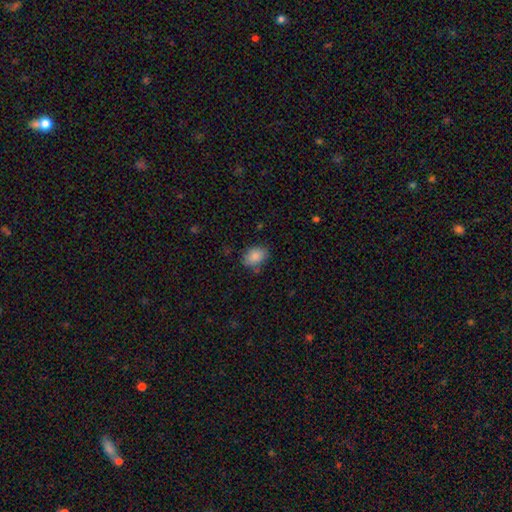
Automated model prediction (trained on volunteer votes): Overall: smooth (86%). How rounded: in between (73%). Merging: none (75%).